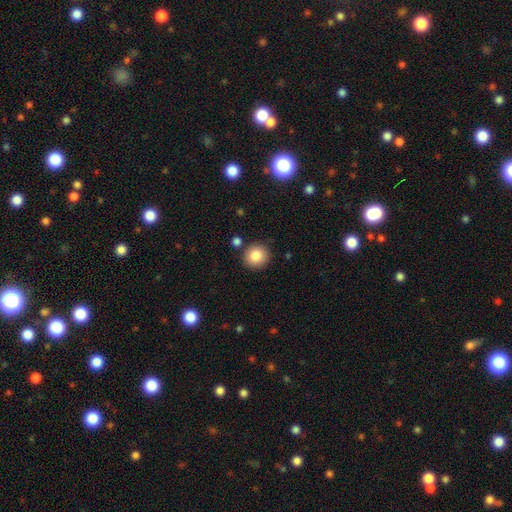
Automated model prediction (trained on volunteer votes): Overall: smooth (85%). How rounded: round (90%). Merging: none (87%).